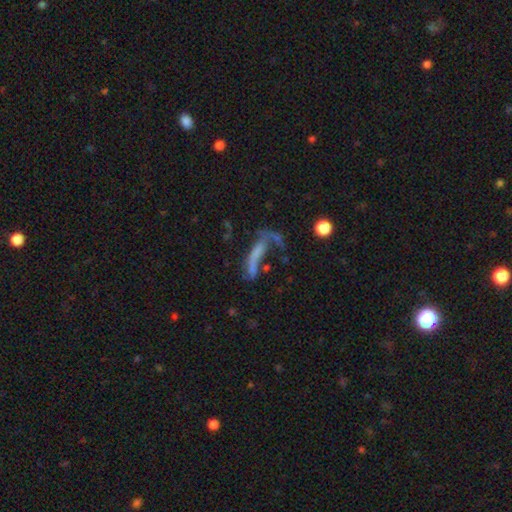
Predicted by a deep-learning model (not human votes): Smooth or featured?
  - smooth: 41% *
  - featured or disk: 39%
  - star or artifact: 20%
Merging?
  - major disturbance: 36% *
  - none: 27%
  - merger: 23%
  - minor disturbance: 14%